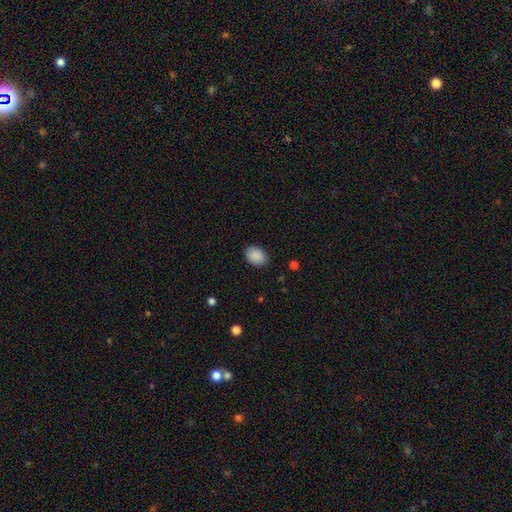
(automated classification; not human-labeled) Overall: smooth (90%). How rounded: in between (68%; round 31%). Merging: none (86%).